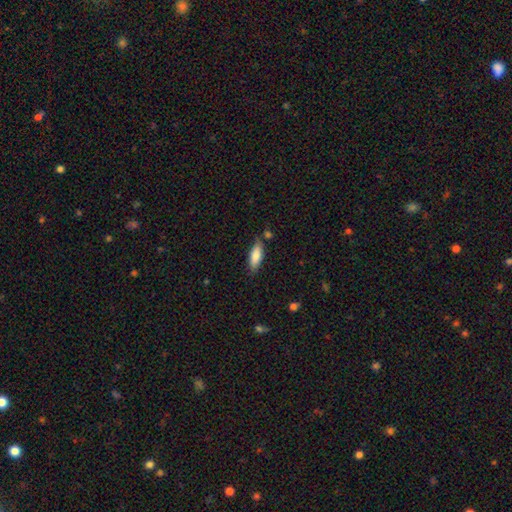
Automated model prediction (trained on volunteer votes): The model was most divided on "how rounded": in between: 62%, cigar-shaped: 37%, round: 2%. More confident: smooth or featured — smooth (83%); merging — none (76%).